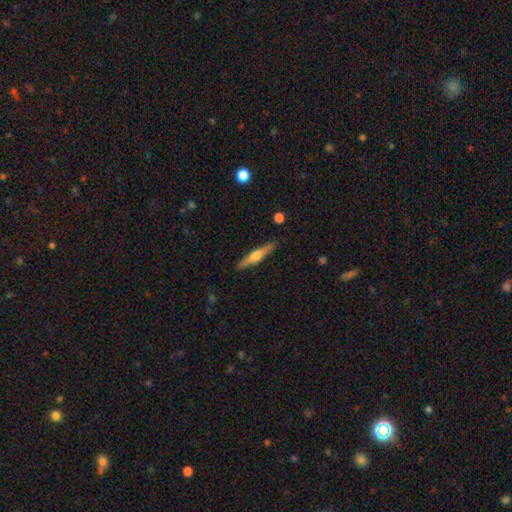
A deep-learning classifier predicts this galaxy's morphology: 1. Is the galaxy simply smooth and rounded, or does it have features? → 61% featured or disk, 33% smooth, 6% star or artifact.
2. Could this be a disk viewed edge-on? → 97% yes, 3% no.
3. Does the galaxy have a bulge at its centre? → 88% rounded, 7% boxy, 5% none.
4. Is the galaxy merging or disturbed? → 89% none, 8% minor disturbance, 2% major disturbance, 1% merger.